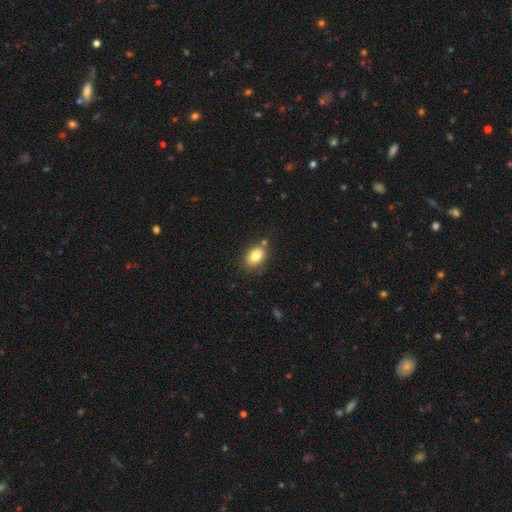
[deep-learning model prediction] A smooth galaxy with no disk features (83%) that is in between round and cigar-shaped (81%). Merging: none (75%).